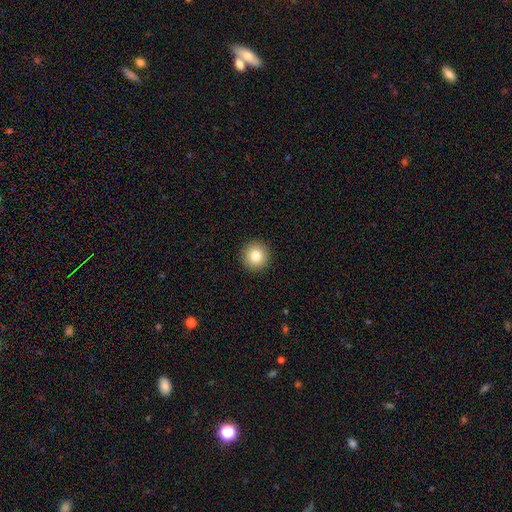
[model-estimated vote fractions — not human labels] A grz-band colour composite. It shows a smooth galaxy with no disk features (82%) that is round (95%). Merging: none (93%).